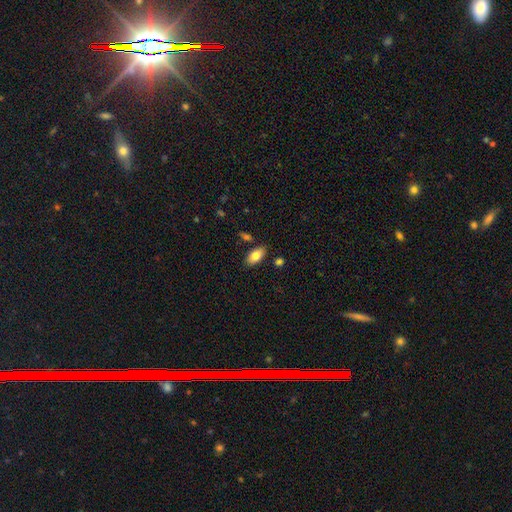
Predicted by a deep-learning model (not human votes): smooth-or-featured: smooth: 80% | featured or disk: 14% | star or artifact: 7%
  how-rounded: in between: 93% | cigar-shaped: 5% | round: 3%
  merging: none: 83% | minor disturbance: 11% | merger: 4% | major disturbance: 2%